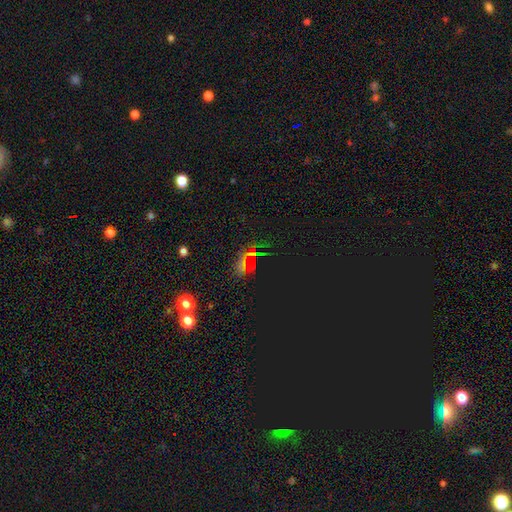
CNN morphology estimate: smooth_or_featured: star or artifact (p=0.66) [alt: smooth p=0.24]